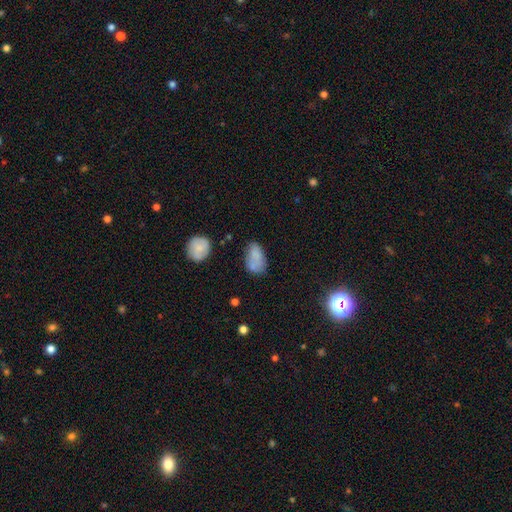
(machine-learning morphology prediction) Smooth or featured?
  - smooth: 75% *
  - featured or disk: 16%
  - star or artifact: 9%
How rounded?
  - in between: 91% *
  - round: 7%
  - cigar-shaped: 2%
Merging?
  - none: 49% *
  - minor disturbance: 29%
  - major disturbance: 12%
  - merger: 10%